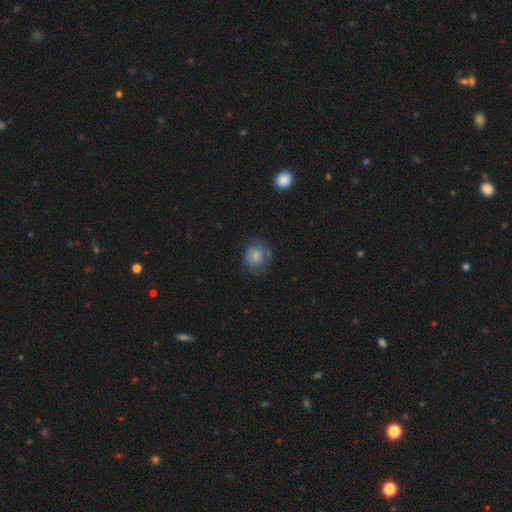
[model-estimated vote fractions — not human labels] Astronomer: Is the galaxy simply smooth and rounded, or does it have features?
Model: smooth — 72%.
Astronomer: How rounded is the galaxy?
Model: round — 78%.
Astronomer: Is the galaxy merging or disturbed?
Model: none — 65%.